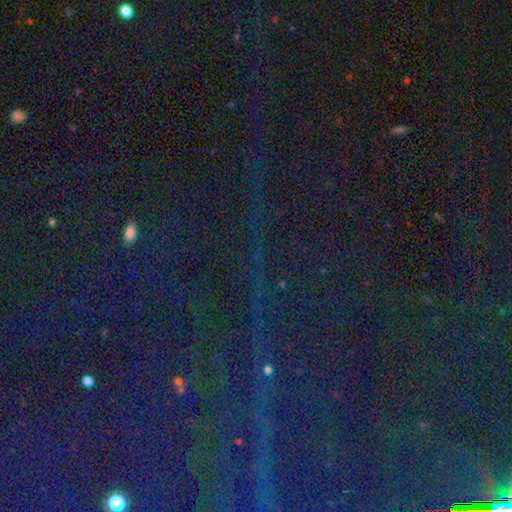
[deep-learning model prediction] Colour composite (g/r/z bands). It shows a star or artifact, not a galaxy (84%).